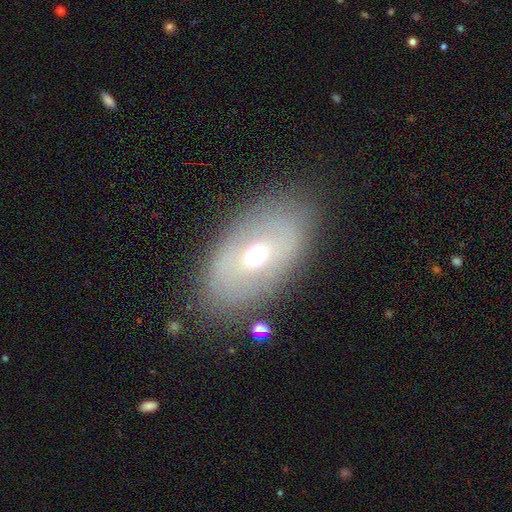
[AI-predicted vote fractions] Smooth or featured: smooth — 49% (featured or disk — 40%)
Merging: none — 80% (minor disturbance — 13%)